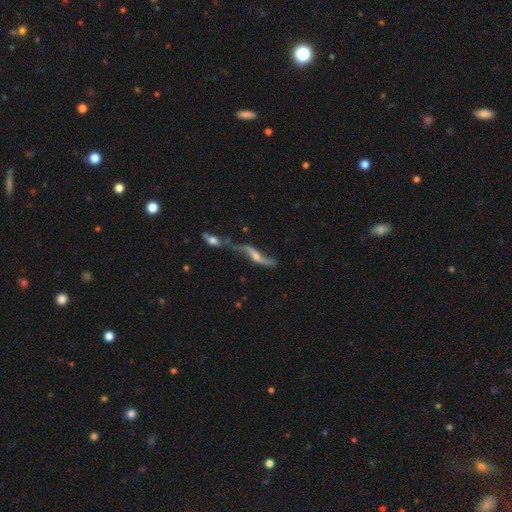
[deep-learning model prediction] Smooth or featured? featured or disk (78%)
Edge-on disk? no (64%)
Bar? no (48%)
Spiral arms? yes (87%)
Bulge size? moderate (39%, tied with small)
Merging? merger (45%)